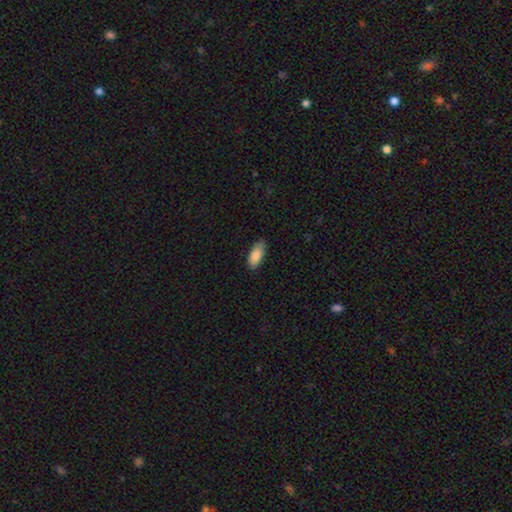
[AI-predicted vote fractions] A smooth galaxy with no disk features (88%) that is in between round and cigar-shaped (87%).

Vote fractions:
- Smooth or featured? smooth: 88% / featured or disk: 6% / star or artifact: 6%
- How rounded? in between: 87% / cigar-shaped: 11% / round: 2%
- Merging? none: 83% / minor disturbance: 14% / major disturbance: 2% / merger: 1%